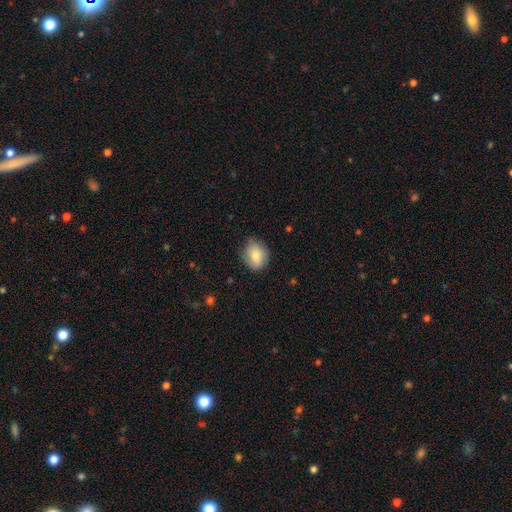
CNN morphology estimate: A smooth galaxy with no disk features (78%) that is round (50%). Merging: none (69%).